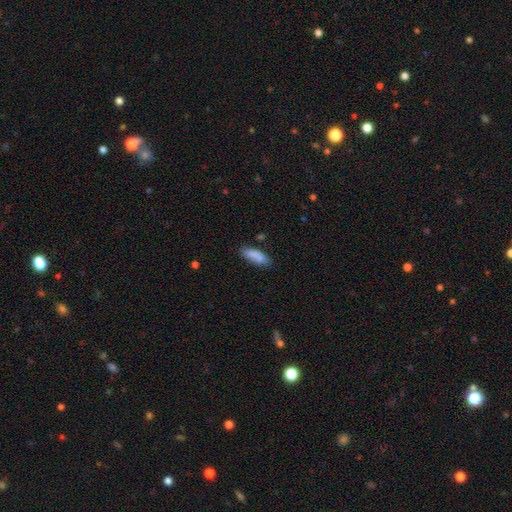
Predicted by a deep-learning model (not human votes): This is clearly a smooth galaxy (83%). How rounded: likely in between (68%). Merging: likely none (73%).